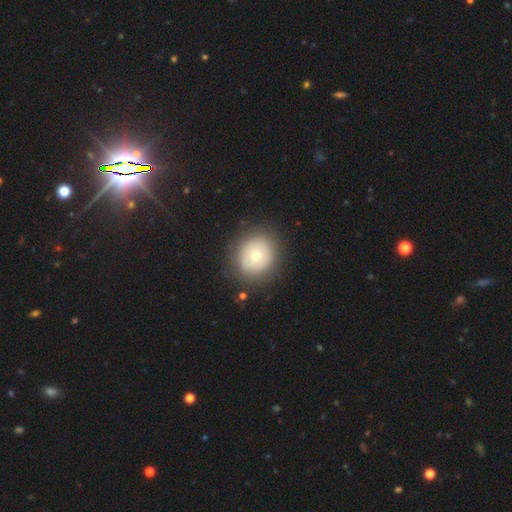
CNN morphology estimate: Smooth or featured? Predicted: smooth (p=0.70). How rounded? Predicted: round (p=0.86). Merging? Predicted: none (p=0.86).